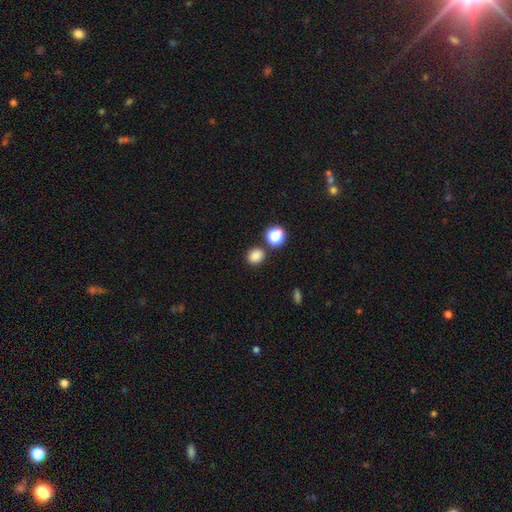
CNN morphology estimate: smooth_or_featured: smooth (p=0.83) [alt: star or artifact p=0.13]
how_rounded: round (p=0.66) [alt: in between p=0.33]
merging: none (p=0.80) [alt: minor disturbance p=0.09]